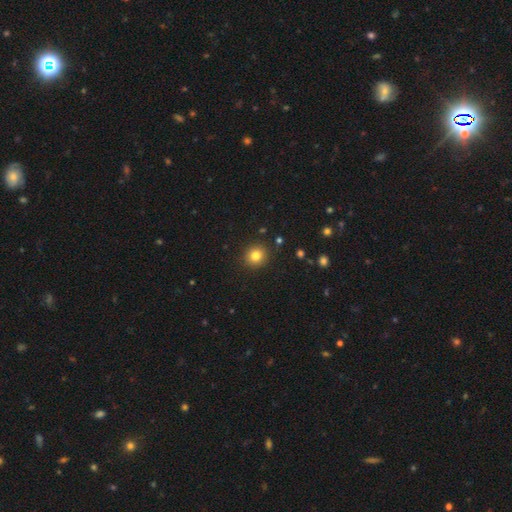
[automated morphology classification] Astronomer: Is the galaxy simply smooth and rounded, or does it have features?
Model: smooth — 82%.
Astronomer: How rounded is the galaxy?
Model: round — 88%.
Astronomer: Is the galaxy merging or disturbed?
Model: none — 91%.